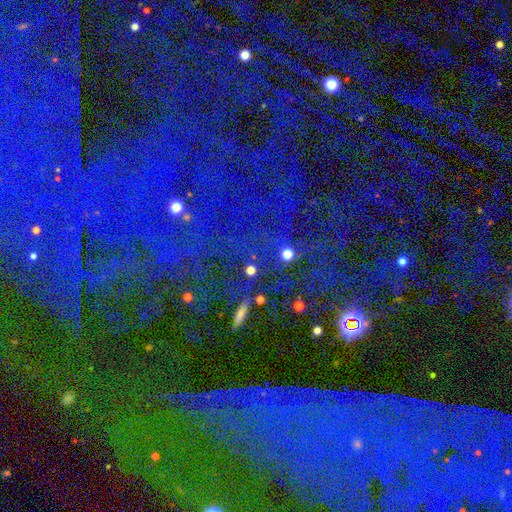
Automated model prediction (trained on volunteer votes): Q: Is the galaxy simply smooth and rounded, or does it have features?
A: star or artifact — 85%.